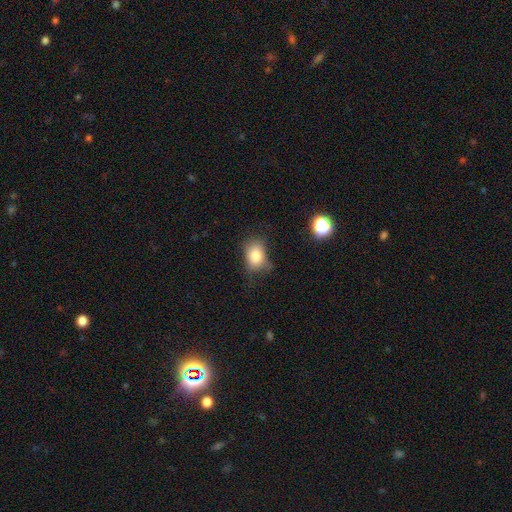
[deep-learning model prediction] Smooth or featured? smooth (80%)
How rounded? in between (67%)
Merging? none (56%)